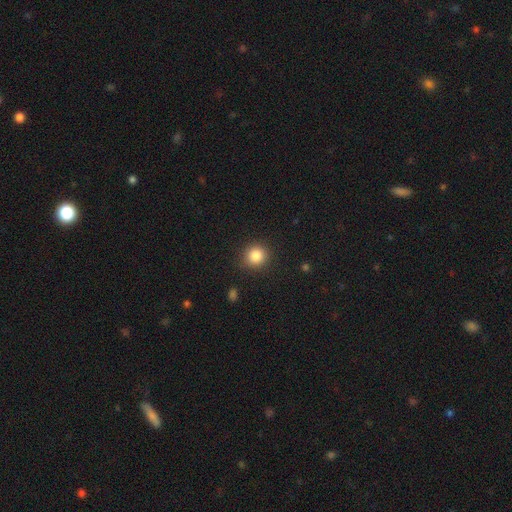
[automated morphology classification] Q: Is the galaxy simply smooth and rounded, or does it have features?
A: smooth — 85%.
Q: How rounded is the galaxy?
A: round — 90%.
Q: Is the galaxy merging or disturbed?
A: none — 89%.